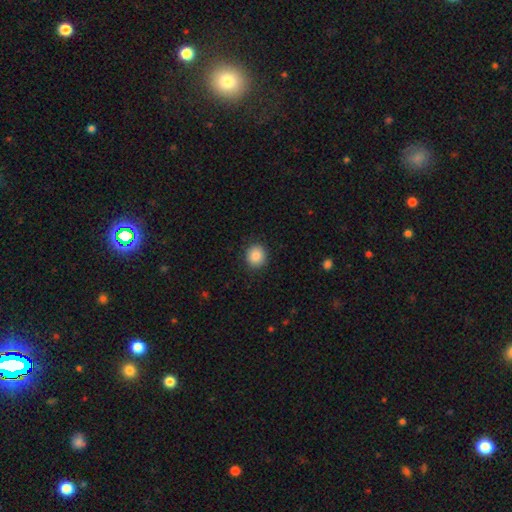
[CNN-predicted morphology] smooth_or_featured: smooth (p=0.87) [alt: star or artifact p=0.09]
how_rounded: round (p=0.85) [alt: in between p=0.14]
merging: none (p=0.90) [alt: minor disturbance p=0.07]